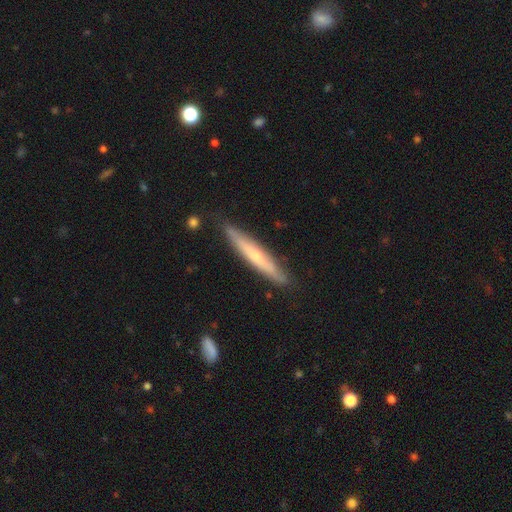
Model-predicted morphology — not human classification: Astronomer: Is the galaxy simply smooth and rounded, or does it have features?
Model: featured or disk — 52% (runner-up: smooth, 42%).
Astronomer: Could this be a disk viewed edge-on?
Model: yes — 88%.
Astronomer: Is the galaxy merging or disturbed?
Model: none — 84%.